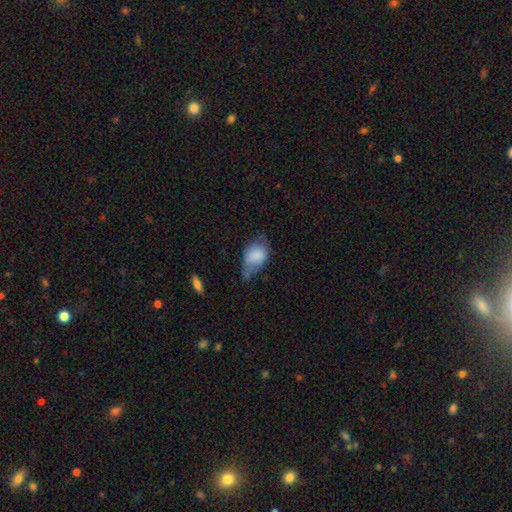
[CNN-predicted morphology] Smooth or featured? Predicted: smooth (p=0.80). How rounded? Predicted: in between (p=0.84). Merging? Predicted: minor disturbance (p=0.43).